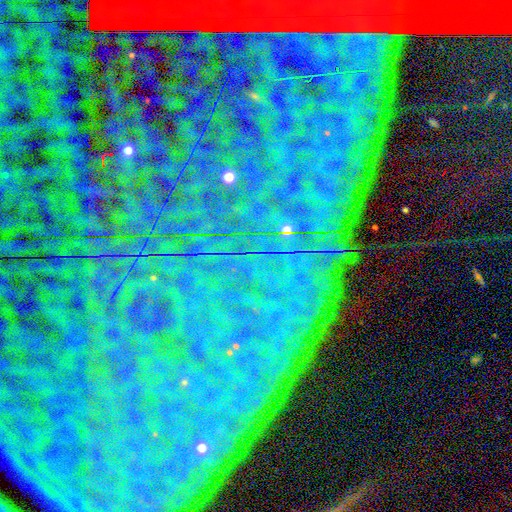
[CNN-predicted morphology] A star or artifact, not a galaxy (85%).